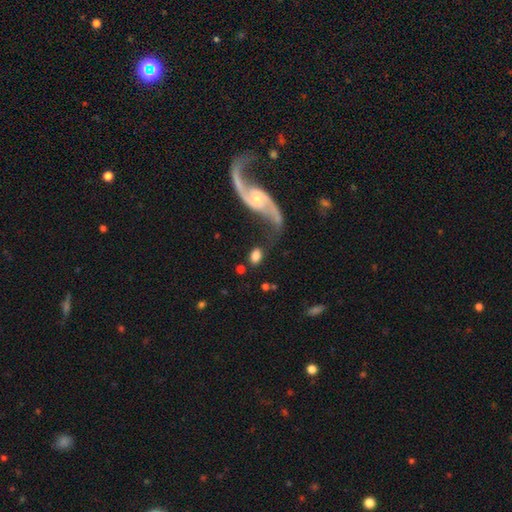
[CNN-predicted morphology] Smooth or featured? Predicted: smooth (p=0.65). How rounded? Predicted: in between (p=0.81). Merging? Predicted: none (p=0.58).